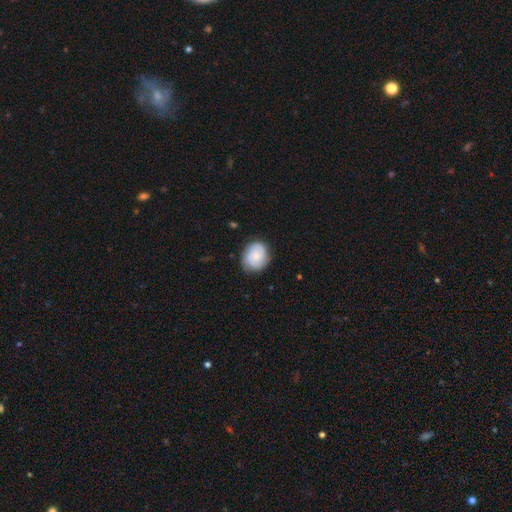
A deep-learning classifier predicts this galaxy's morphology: A smooth galaxy with no disk features (66%) that is round (60%). Merging: none (79%).